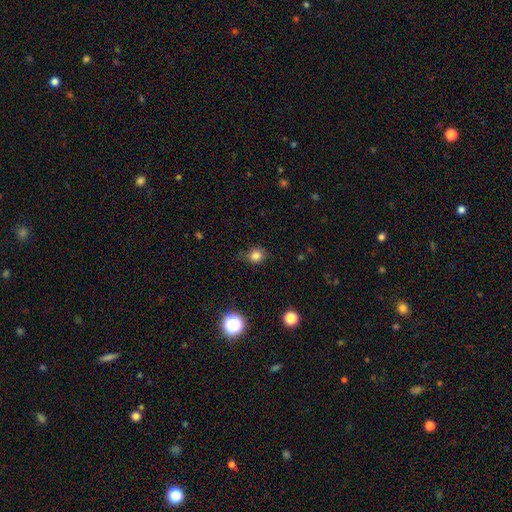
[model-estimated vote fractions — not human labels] The model was most divided on "how rounded": round: 72%, in between: 27%, cigar-shaped: 1%. More confident: smooth or featured — smooth (80%); merging — none (71%).